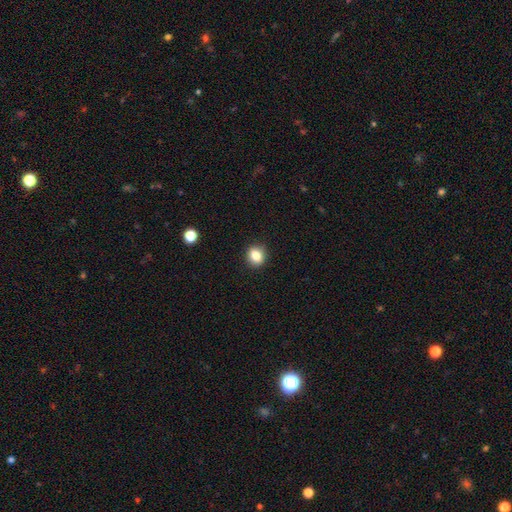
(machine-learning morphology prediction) Overall: smooth (83%). How rounded: round (67%; in between 32%). Merging: none (90%).